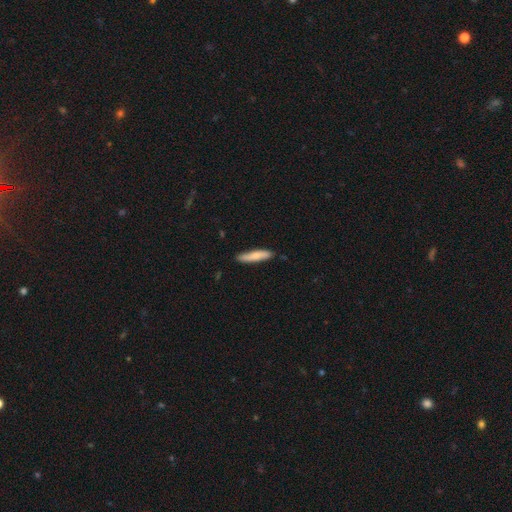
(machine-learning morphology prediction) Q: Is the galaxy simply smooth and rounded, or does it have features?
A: smooth — 76%.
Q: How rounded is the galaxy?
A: cigar-shaped — 86%.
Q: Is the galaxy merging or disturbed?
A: none — 84%.